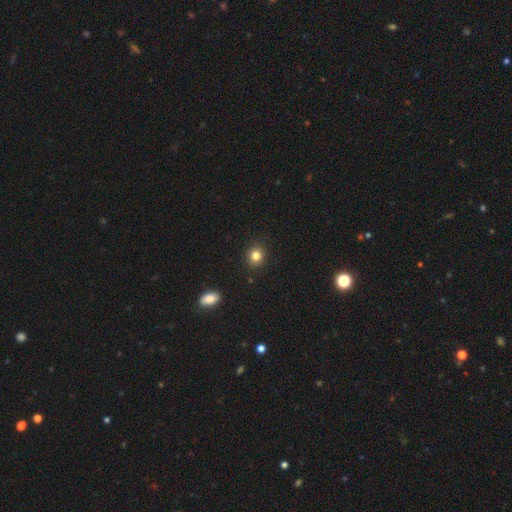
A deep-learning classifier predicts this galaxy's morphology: This appears to be a smooth galaxy with no disk features (82%) that is round (77%). Merging: none (90%).